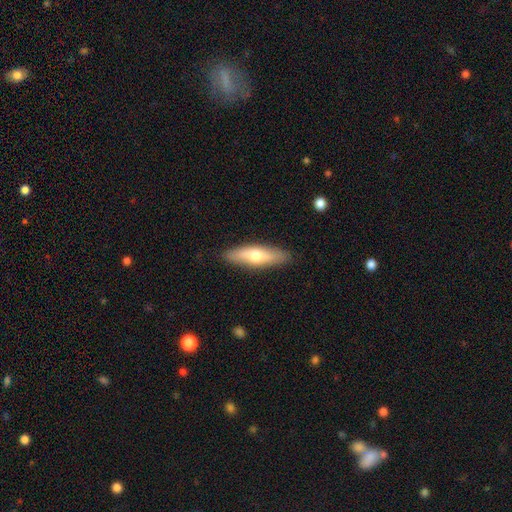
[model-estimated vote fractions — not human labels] smooth_or_featured: smooth (p=0.58) [alt: featured or disk p=0.37]
how_rounded: cigar-shaped (p=0.62) [alt: in between p=0.36]
merging: none (p=0.88) [alt: minor disturbance p=0.09]